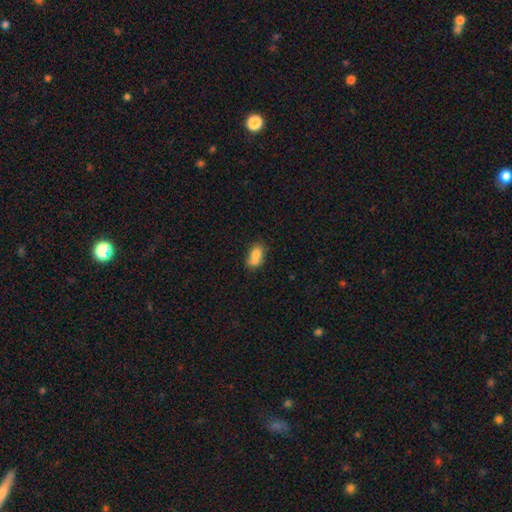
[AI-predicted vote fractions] Q: Smooth or featured?
A: smooth (74%); runner-up: featured or disk (16%)
Q: How rounded?
A: in between (81%); runner-up: round (16%)
Q: Merging?
A: none (40%); runner-up: merger (33%)